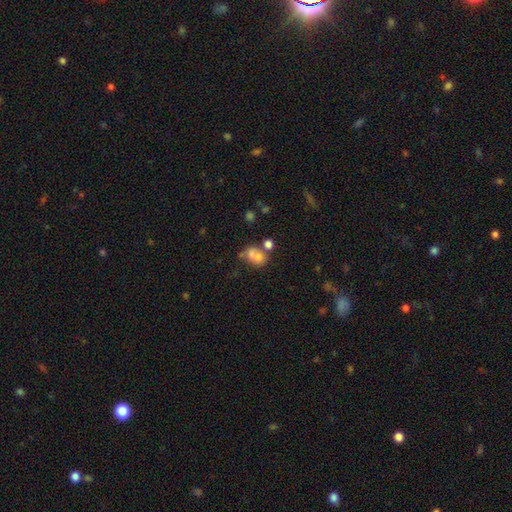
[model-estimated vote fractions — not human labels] A smooth galaxy with no disk features (68%) that is in between round and cigar-shaped (54%). Merging: merger (47%).